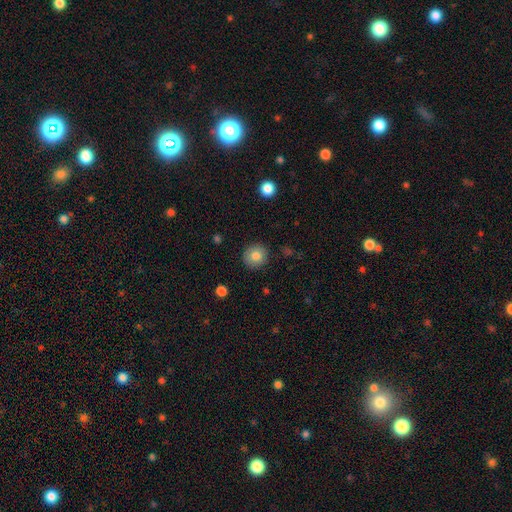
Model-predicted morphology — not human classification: Overall: smooth (81%). How rounded: round (90%). Merging: none (90%).